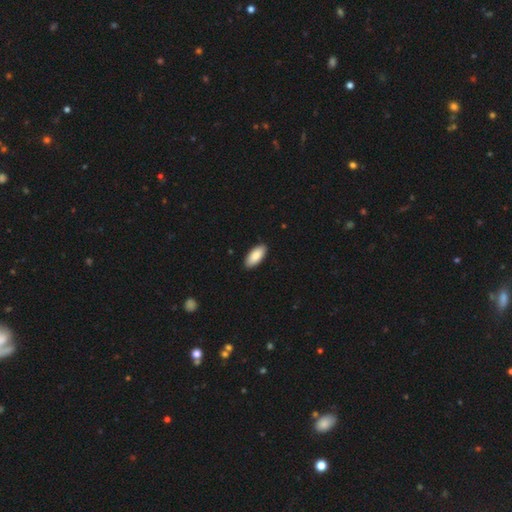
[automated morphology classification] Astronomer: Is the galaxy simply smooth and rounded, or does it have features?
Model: smooth — 88%.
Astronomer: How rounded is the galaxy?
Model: in between — 89%.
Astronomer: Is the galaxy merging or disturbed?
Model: none — 90%.